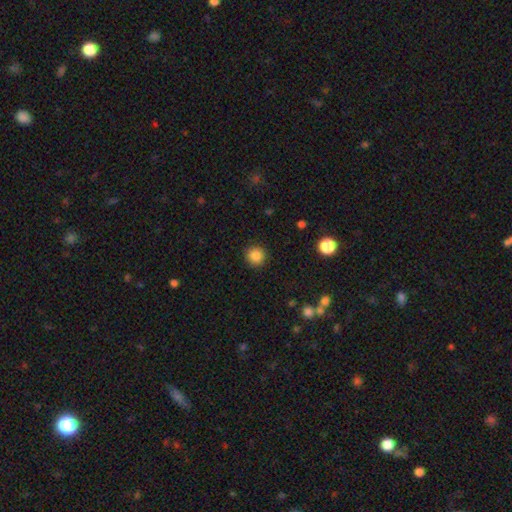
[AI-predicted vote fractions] Smooth or featured?
  - smooth: 86% *
  - star or artifact: 10%
  - featured or disk: 4%
How rounded?
  - round: 93% *
  - in between: 6%
  - cigar-shaped: 1%
Merging?
  - none: 90% *
  - minor disturbance: 6%
  - major disturbance: 2%
  - merger: 1%